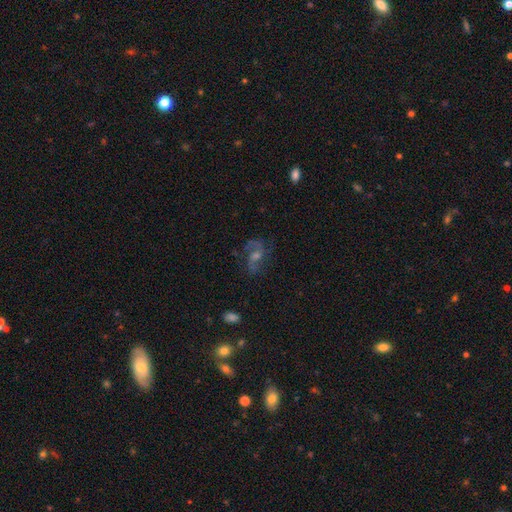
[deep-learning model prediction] Overall: featured or disk (78%). Edge-on disk: no (97%). Bar: no (44%, tied with weak). Spiral arms: yes (95%). Spiral arm count: 2 (82%). Spiral winding: medium (52%; loose 33%). Bulge size: moderate (51%; small 34%). Merging: none (74%).